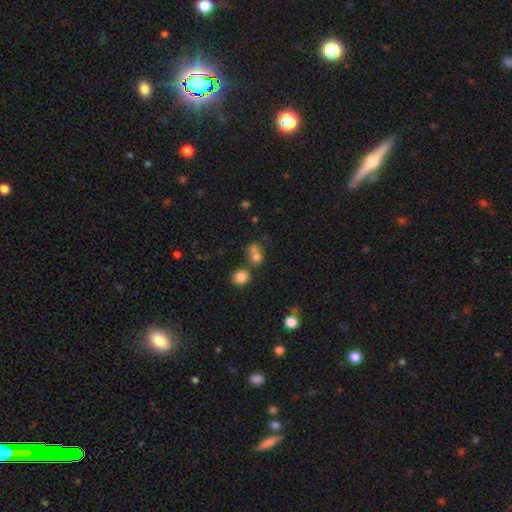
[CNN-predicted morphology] Smooth or featured: smooth — 73% (star or artifact — 16%)
How rounded: round — 73% (in between — 26%)
Merging: merger — 48% (none — 39%)